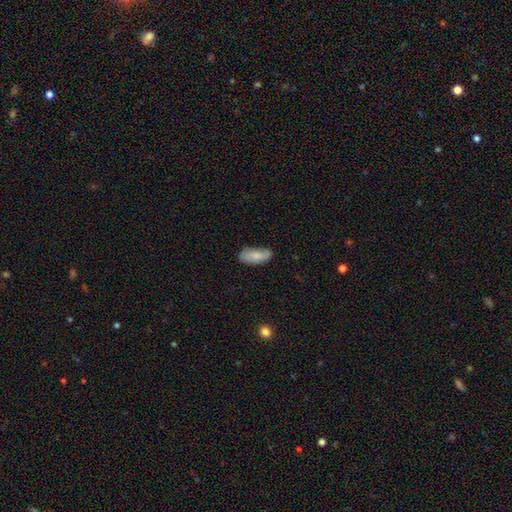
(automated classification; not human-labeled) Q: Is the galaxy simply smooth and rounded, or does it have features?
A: smooth — 78%.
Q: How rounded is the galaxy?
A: in between — 88%.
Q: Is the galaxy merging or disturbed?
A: none — 69%.